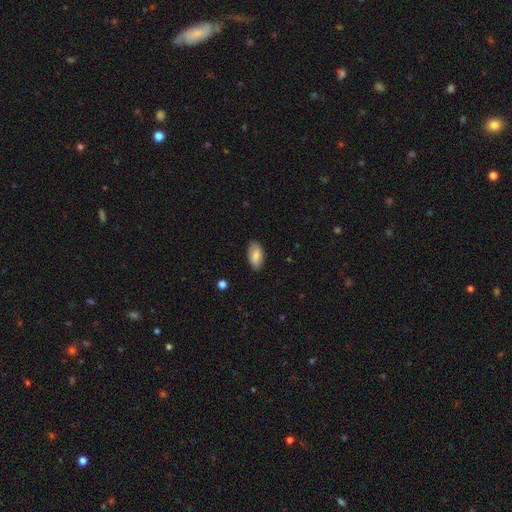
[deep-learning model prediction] A smooth galaxy with no disk features (82%) that is in between round and cigar-shaped (93%). Merging: none (83%).